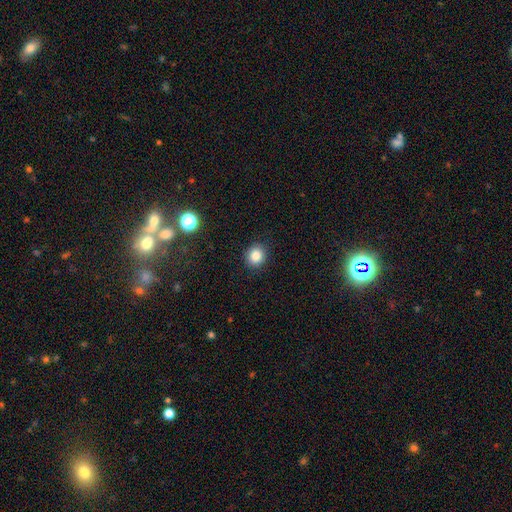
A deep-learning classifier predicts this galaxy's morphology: A smooth galaxy with no disk features (85%) that is round (83%). Merging: none (90%).